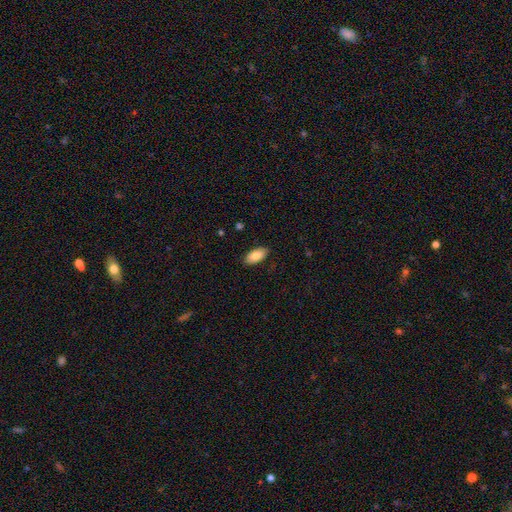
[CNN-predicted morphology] Overall: smooth (85%). How rounded: in between (91%). Merging: none (88%).